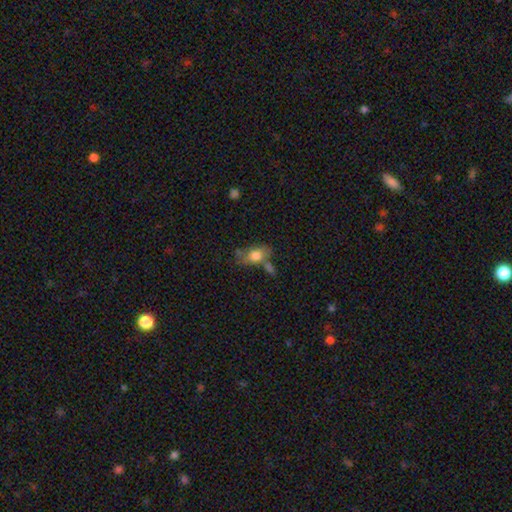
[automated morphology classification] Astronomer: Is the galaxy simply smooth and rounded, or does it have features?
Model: smooth — 74%.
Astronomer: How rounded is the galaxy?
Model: in between — 80%.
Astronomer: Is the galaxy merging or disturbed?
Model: none — 49%.